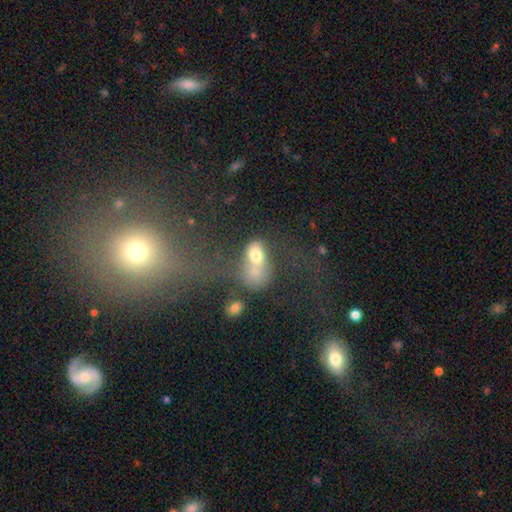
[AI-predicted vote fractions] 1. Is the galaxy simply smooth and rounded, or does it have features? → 66% smooth, 21% featured or disk, 13% star or artifact.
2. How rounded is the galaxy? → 71% in between, 26% round, 3% cigar-shaped.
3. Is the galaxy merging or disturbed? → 49% merger, 20% major disturbance, 20% none, 11% minor disturbance.